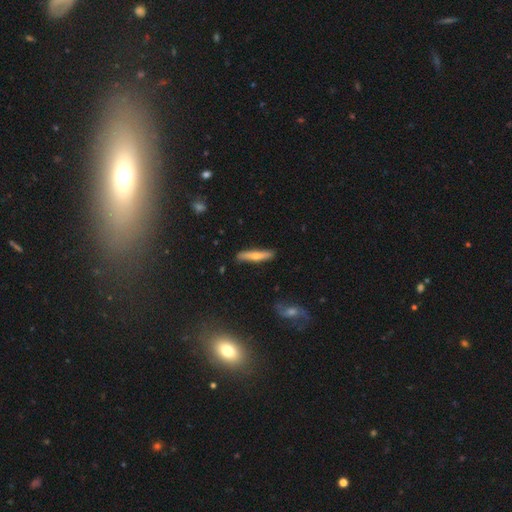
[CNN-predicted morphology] A smooth galaxy with no disk features (56%) that is cigar-shaped (89%).

Vote fractions:
- Smooth or featured? smooth: 56% / featured or disk: 38% / star or artifact: 6%
- How rounded? cigar-shaped: 89% / in between: 10% / round: 2%
- Merging? none: 86% / minor disturbance: 11% / major disturbance: 2% / merger: 1%